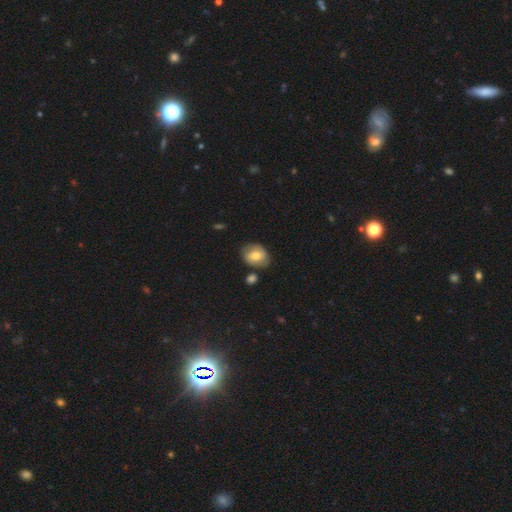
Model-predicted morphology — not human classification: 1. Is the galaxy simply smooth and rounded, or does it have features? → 62% smooth, 30% featured or disk, 8% star or artifact.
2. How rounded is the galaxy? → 56% in between, 43% round, 1% cigar-shaped.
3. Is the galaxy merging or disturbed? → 70% none, 19% minor disturbance, 6% merger, 5% major disturbance.